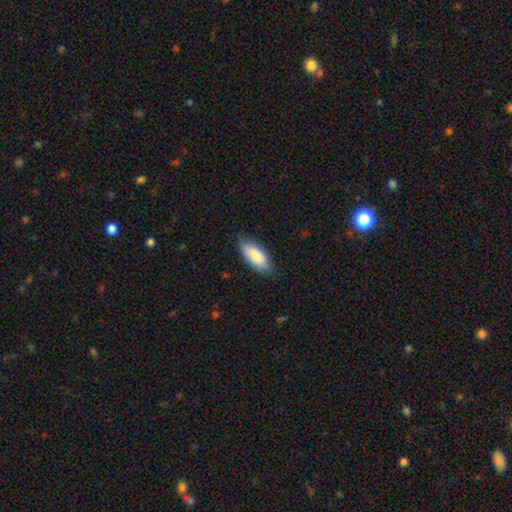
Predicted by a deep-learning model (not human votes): Smooth or featured? Predicted: smooth (p=0.84). How rounded? Predicted: in between (p=0.82). Merging? Predicted: none (p=0.81).